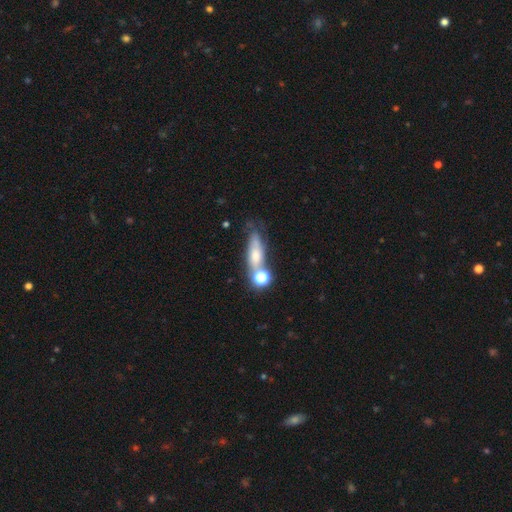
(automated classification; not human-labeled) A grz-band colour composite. It shows a smooth galaxy with no disk features (54%) that is in between round and cigar-shaped (50%). Merging: none (42%).